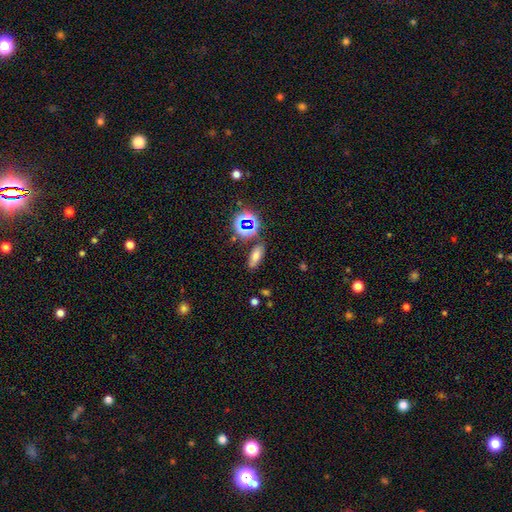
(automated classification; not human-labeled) Smooth or featured? Predicted: smooth (p=0.62). How rounded? Predicted: in between (p=0.76). Merging? Predicted: none (p=0.75).